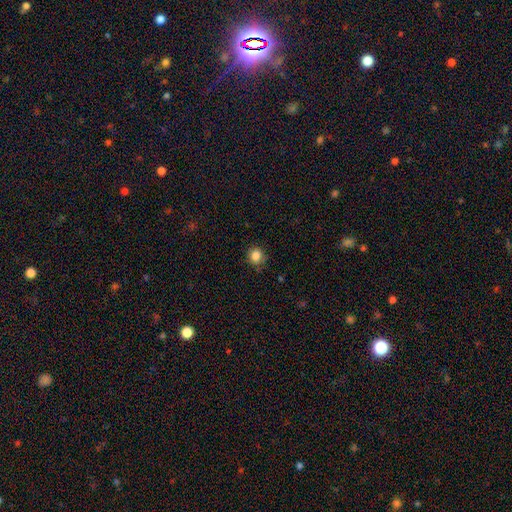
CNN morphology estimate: This is clearly a smooth galaxy (84%). How rounded: clearly round (85%). Merging: clearly none (82%).